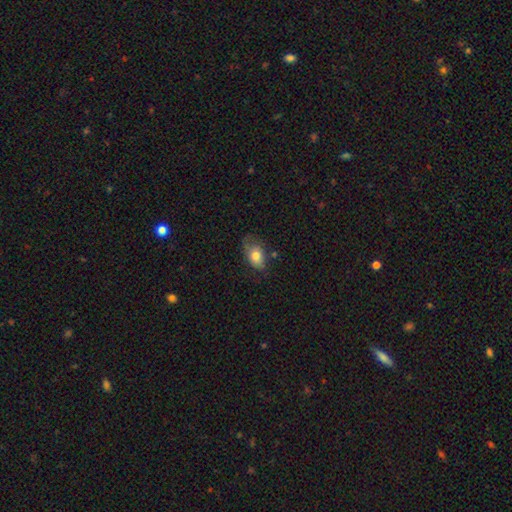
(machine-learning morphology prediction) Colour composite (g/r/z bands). It shows a smooth galaxy with no disk features (75%) that is in between round and cigar-shaped (82%). Merging: none (49%).